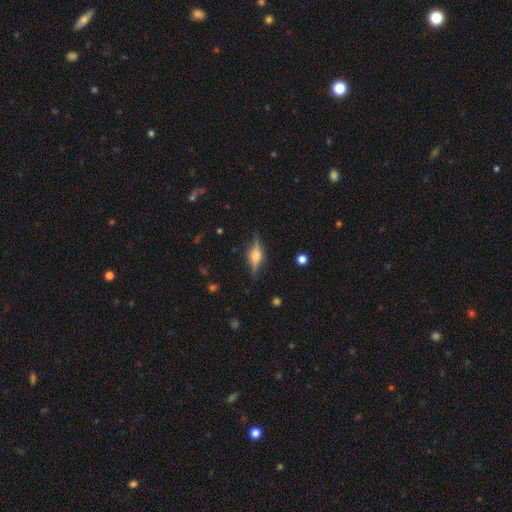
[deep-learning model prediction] Smooth or featured? Predicted: featured or disk (p=0.74). Edge-on disk? Predicted: yes (p=0.96). Edge-on bulge? Predicted: rounded (p=0.92). Merging? Predicted: none (p=0.86).